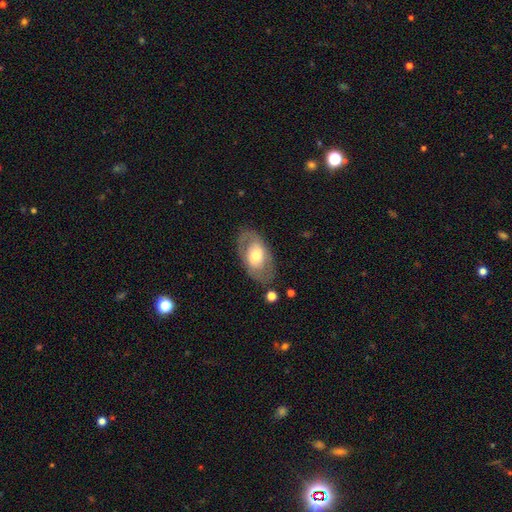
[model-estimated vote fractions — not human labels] The model was most divided on "smooth or featured": featured or disk: 50%, smooth: 44%, star or artifact: 6%. More confident: edge-on disk — no (90%); merging — none (75%).